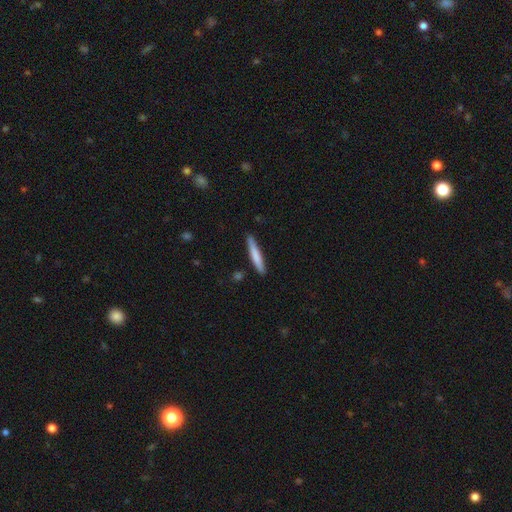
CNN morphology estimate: This is likely a smooth galaxy (75%). How rounded: clearly cigar-shaped (94%). Merging: clearly none (87%).